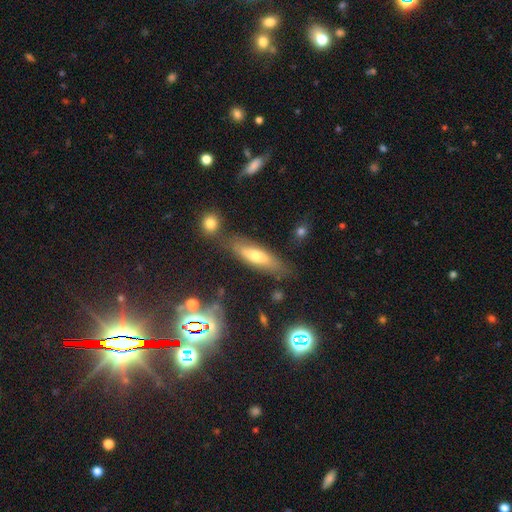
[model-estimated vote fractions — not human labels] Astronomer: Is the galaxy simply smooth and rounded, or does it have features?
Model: smooth — 51% (runner-up: featured or disk, 36%).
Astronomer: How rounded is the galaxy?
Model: cigar-shaped — 59% (runner-up: in between, 38%).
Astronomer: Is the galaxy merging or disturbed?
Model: none — 74%.